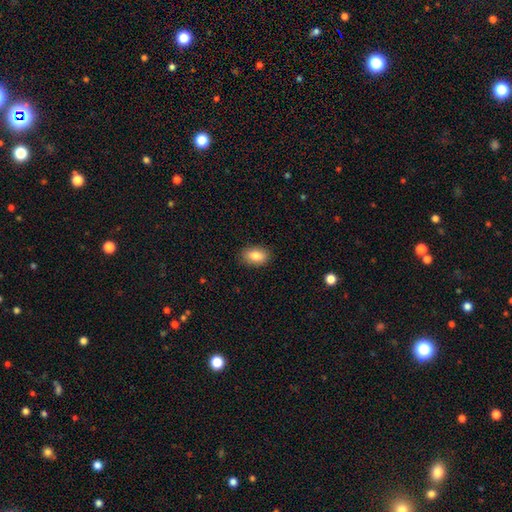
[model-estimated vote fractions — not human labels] The model was most divided on "smooth or featured": smooth: 84%, featured or disk: 8%, star or artifact: 8%. More confident: merging — none (89%); how rounded — in between (88%).